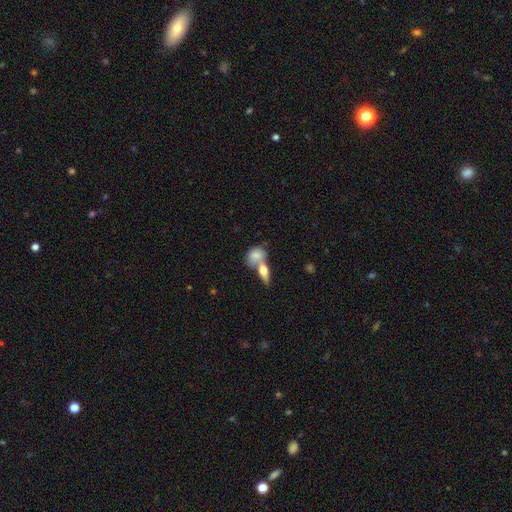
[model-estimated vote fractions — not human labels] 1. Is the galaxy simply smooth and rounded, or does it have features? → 75% smooth, 18% featured or disk, 7% star or artifact.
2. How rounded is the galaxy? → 73% in between, 21% round, 6% cigar-shaped.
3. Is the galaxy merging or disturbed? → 61% merger, 26% none, 9% minor disturbance, 5% major disturbance.